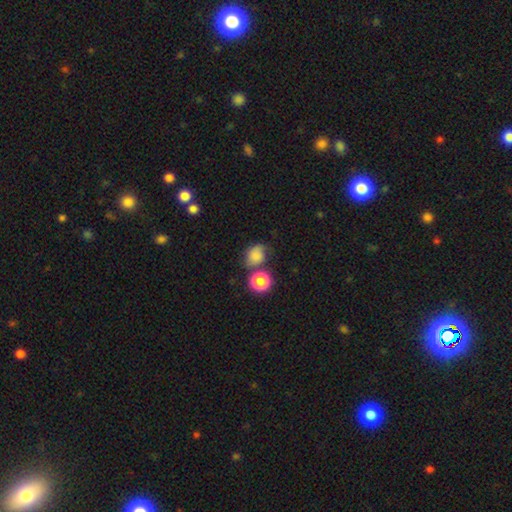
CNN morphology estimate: Smooth or featured? Predicted: smooth (p=0.77). How rounded? Predicted: round (p=0.56). Merging? Predicted: none (p=0.48).